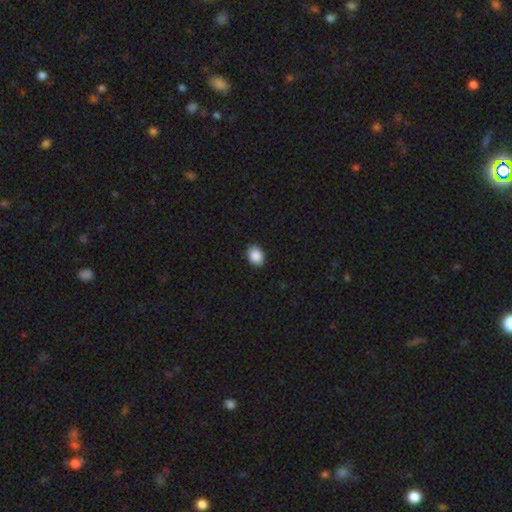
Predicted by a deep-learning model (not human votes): smooth 89%, star or artifact 8%, featured or disk 3%. Down the decision tree: how rounded — in between (68%); merging — none (90%).